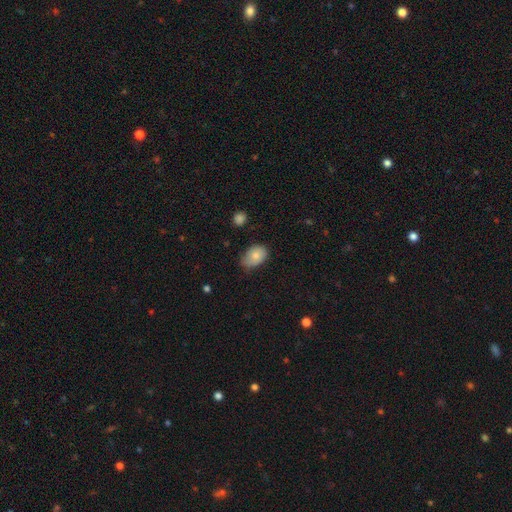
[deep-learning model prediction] The model was most divided on "merging": none: 51%, minor disturbance: 39%, major disturbance: 8%, merger: 2%. More confident: how rounded — in between (80%); smooth or featured — smooth (79%).